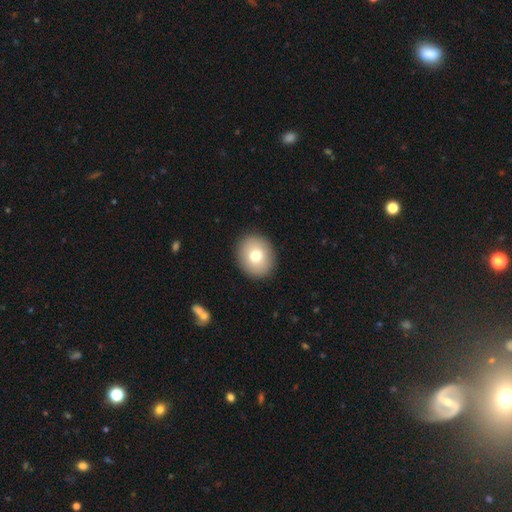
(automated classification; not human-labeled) This is likely a smooth galaxy (75%). How rounded: likely round (67%). Merging: clearly none (91%).